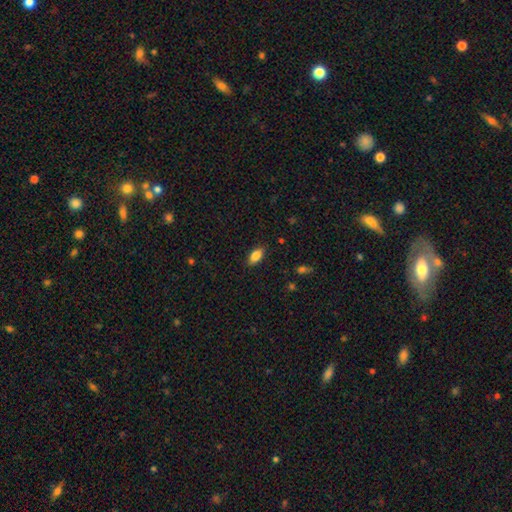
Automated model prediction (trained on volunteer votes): Morphology: type=smooth (85%); roundness=in between (90%); merging=none (87%).